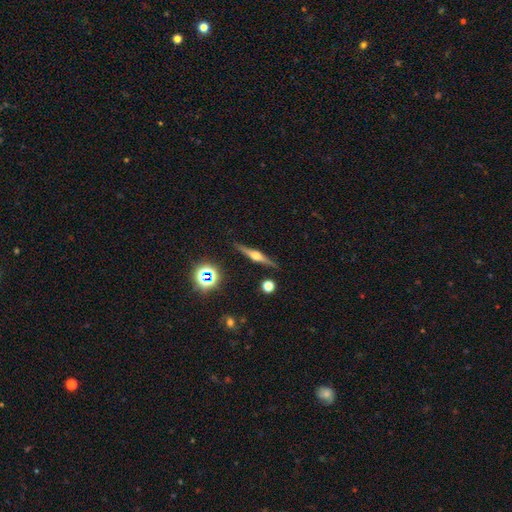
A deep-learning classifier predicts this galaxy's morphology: This is likely a featured or disk galaxy (76%). It is clearly viewed edge-on (98%). Edge-on bulge: clearly rounded (91%). Merging: clearly none (89%).